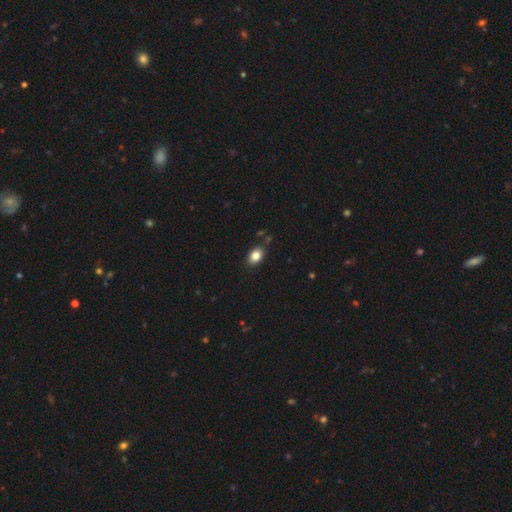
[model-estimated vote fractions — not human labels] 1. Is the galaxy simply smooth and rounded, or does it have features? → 84% smooth, 9% star or artifact, 7% featured or disk.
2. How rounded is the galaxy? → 79% in between, 20% round, 1% cigar-shaped.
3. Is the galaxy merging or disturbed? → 81% none, 13% minor disturbance, 3% merger, 3% major disturbance.